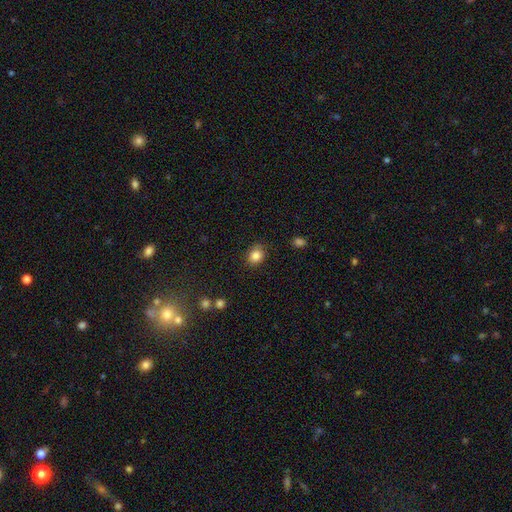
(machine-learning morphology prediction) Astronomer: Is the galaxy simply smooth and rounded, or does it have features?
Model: smooth — 85%.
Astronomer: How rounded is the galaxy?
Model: round — 57% (runner-up: in between, 42%).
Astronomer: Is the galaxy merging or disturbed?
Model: none — 83%.